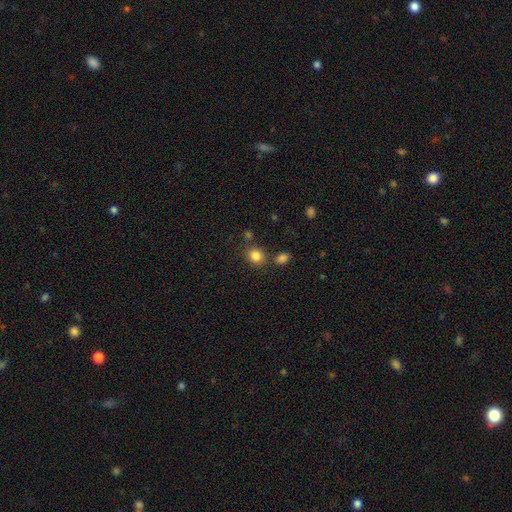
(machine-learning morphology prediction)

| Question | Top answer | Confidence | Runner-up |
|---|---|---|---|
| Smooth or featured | smooth | 84% | star or artifact (11%) |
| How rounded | round | 71% | in between (28%) |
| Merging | none | 75% | merger (11%) |